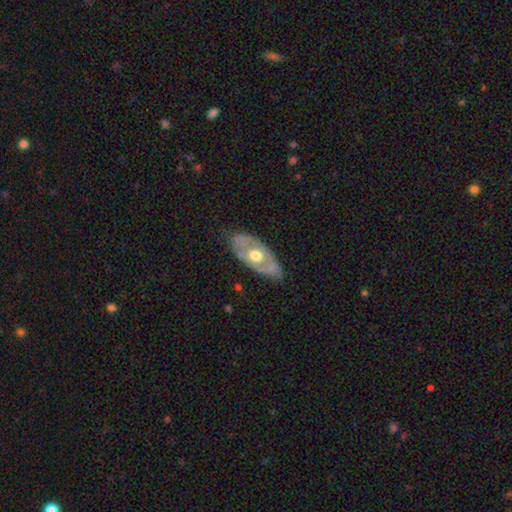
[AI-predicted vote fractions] Q: Smooth or featured?
A: featured or disk (62%); runner-up: smooth (34%)
Q: Edge-on disk?
A: no (83%); runner-up: yes (17%)
Q: Bar?
A: no (90%); runner-up: weak (8%)
Q: Spiral arms?
A: no (82%); runner-up: yes (18%)
Q: Bulge size?
A: moderate (69%); runner-up: large (24%)
Q: Merging?
A: none (73%); runner-up: minor disturbance (21%)